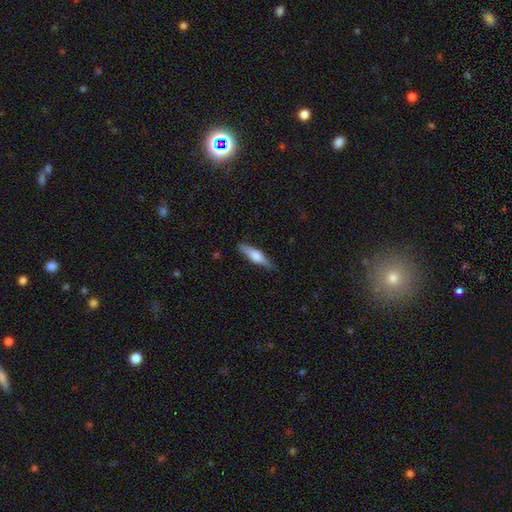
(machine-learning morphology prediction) The model was most divided on "smooth or featured": smooth: 51%, featured or disk: 43%, star or artifact: 6%. More confident: merging — none (85%); how rounded — cigar-shaped (69%).